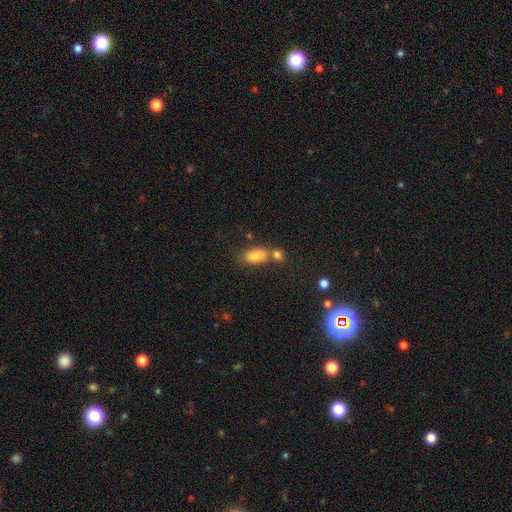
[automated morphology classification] The model was most divided on "merging": none: 48%, merger: 33%, minor disturbance: 14%, major disturbance: 5%. More confident: how rounded — in between (89%); smooth or featured — smooth (81%).